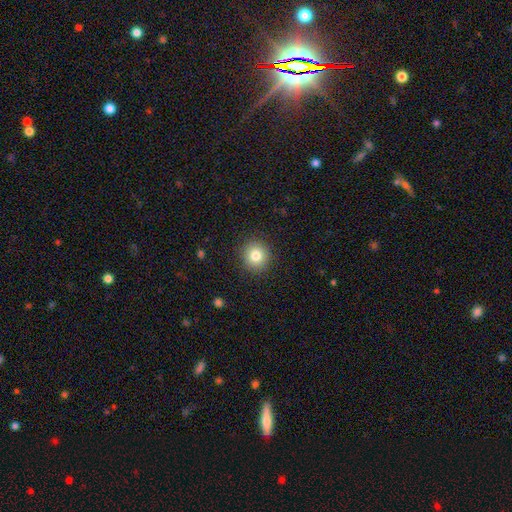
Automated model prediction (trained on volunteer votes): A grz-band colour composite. It shows a smooth galaxy with no disk features (81%) that is round (92%). Merging: none (90%).